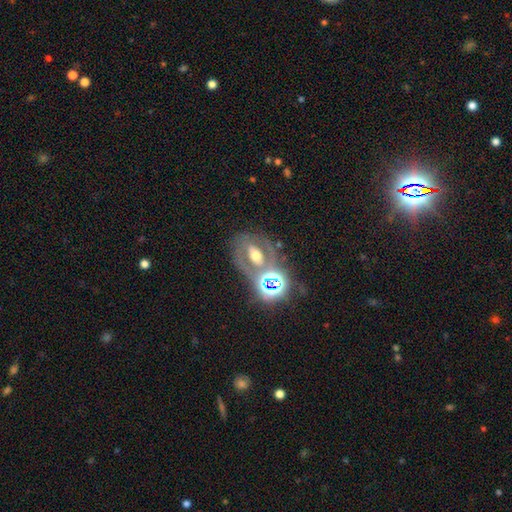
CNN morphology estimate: Overall: featured or disk (47%; smooth 28%). Merging: none (61%).